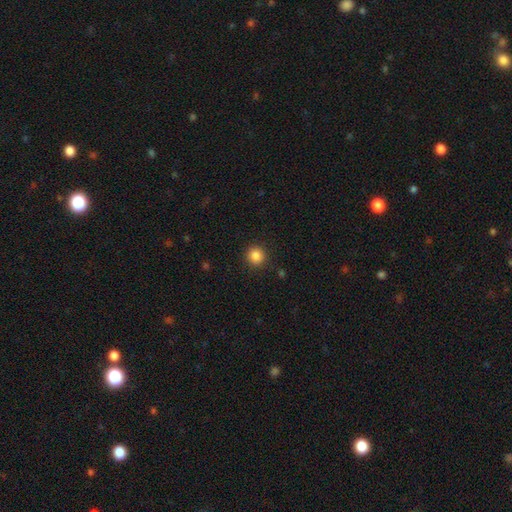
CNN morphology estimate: smooth 86%, star or artifact 11%, featured or disk 4%. Down the decision tree: how rounded — round (92%); merging — none (90%).